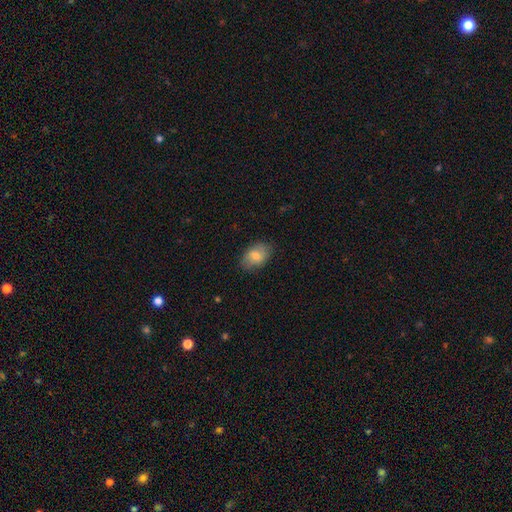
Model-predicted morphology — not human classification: smooth_or_featured: smooth (p=0.77) [alt: featured or disk p=0.15]
how_rounded: in between (p=0.86) [alt: round p=0.13]
merging: none (p=0.81) [alt: minor disturbance p=0.15]